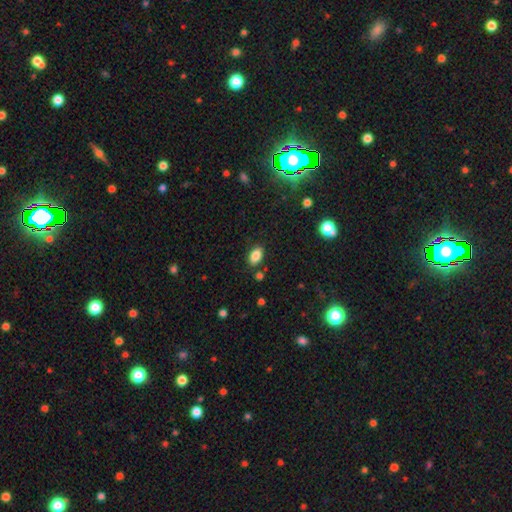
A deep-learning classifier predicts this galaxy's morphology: This appears to be a smooth galaxy with no disk features (85%) that is in between round and cigar-shaped (91%). Merging: none (84%).